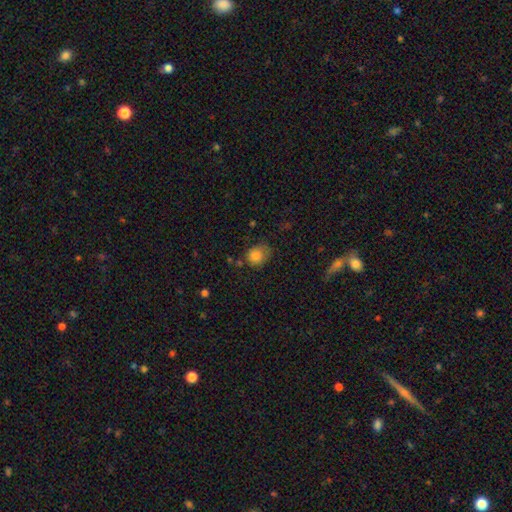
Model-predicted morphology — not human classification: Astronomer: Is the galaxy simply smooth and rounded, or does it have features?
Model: smooth — 83%.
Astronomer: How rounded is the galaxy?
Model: round — 72%.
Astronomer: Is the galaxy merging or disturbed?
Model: none — 57%.